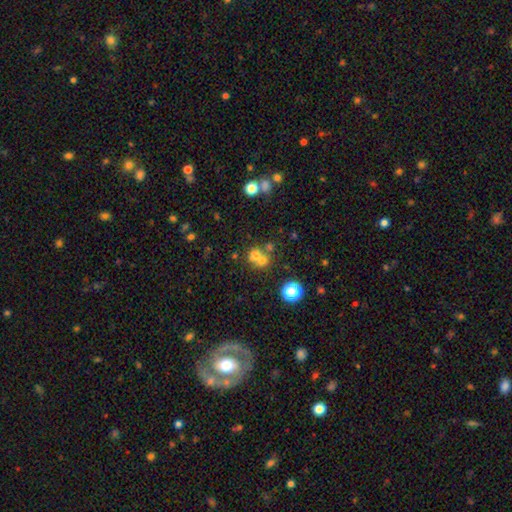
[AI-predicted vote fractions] Smooth or featured?
  - smooth: 62% *
  - star or artifact: 20%
  - featured or disk: 18%
How rounded?
  - round: 82% *
  - in between: 17%
  - cigar-shaped: 1%
Merging?
  - merger: 53% *
  - none: 37%
  - minor disturbance: 6%
  - major disturbance: 4%